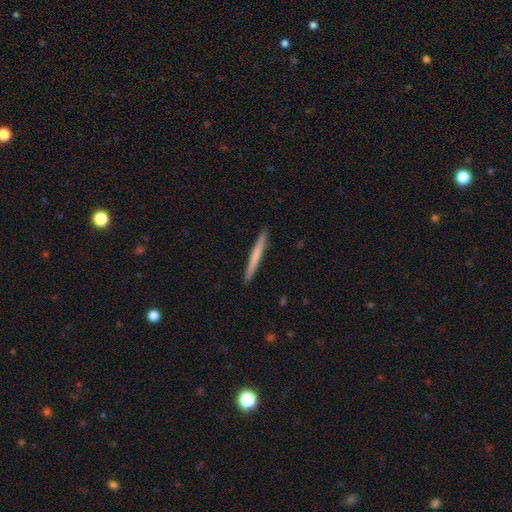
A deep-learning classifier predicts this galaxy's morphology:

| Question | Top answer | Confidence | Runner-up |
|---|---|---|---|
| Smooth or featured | smooth | 63% | featured or disk (32%) |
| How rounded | cigar-shaped | 97% | in between (2%) |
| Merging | none | 93% | minor disturbance (5%) |